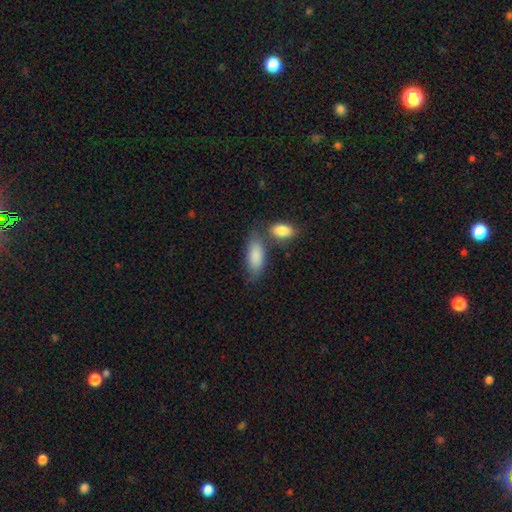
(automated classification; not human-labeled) A smooth galaxy with no disk features (86%) that is in between round and cigar-shaped (83%). Merging: none (54%).